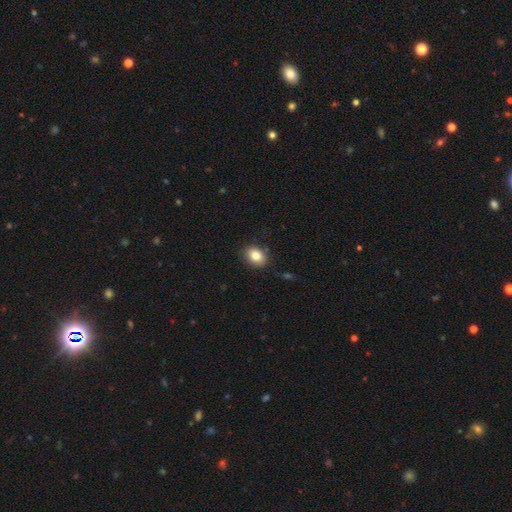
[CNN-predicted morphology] smooth_or_featured: smooth (p=0.83) [alt: star or artifact p=0.09]
how_rounded: in between (p=0.67) [alt: round p=0.32]
merging: none (p=0.85) [alt: minor disturbance p=0.11]